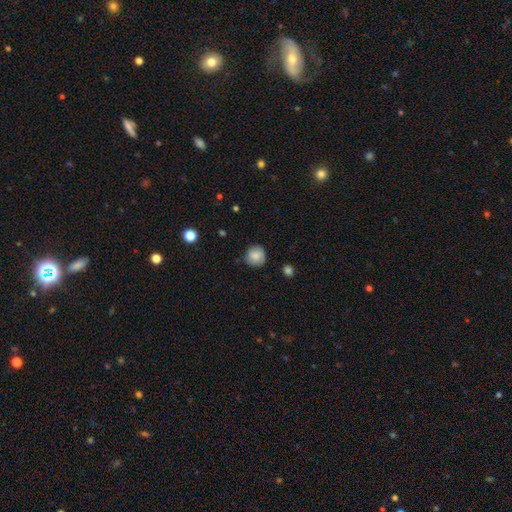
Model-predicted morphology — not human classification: smooth-or-featured: smooth: 80% | featured or disk: 12% | star or artifact: 8%
  how-rounded: round: 91% | in between: 8% | cigar-shaped: 1%
  merging: none: 77% | minor disturbance: 18% | major disturbance: 3% | merger: 1%